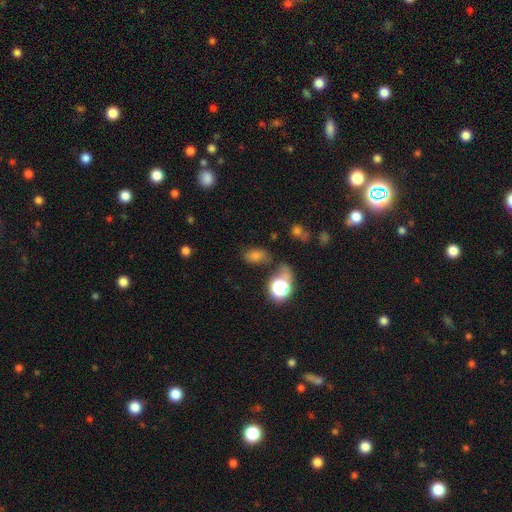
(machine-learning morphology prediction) Q: Smooth or featured?
A: smooth (69%); runner-up: star or artifact (20%)
Q: How rounded?
A: in between (84%); runner-up: round (13%)
Q: Merging?
A: none (66%); runner-up: minor disturbance (19%)